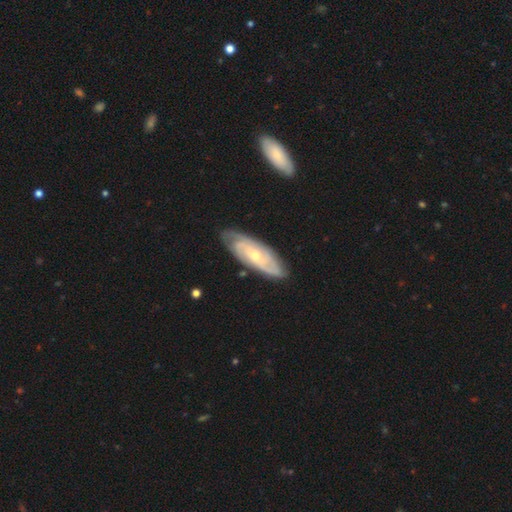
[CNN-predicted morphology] A featured or disk galaxy (77%) with no bar (72%), tight (66%) spiral arms (92%) and a small central bulge (59%). Merging: none (78%).